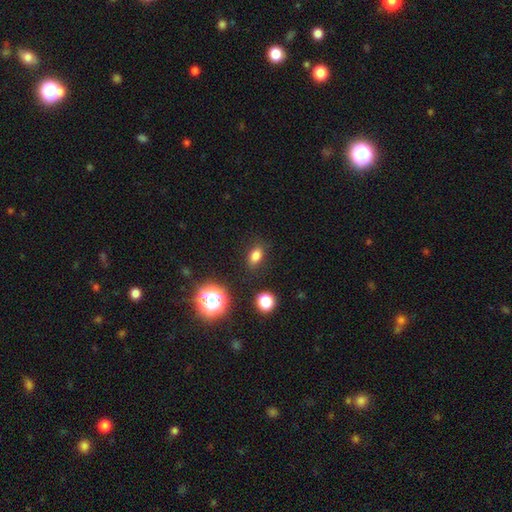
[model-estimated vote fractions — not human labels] Smooth or featured? Predicted: smooth (p=0.79). How rounded? Predicted: in between (p=0.76). Merging? Predicted: none (p=0.85).